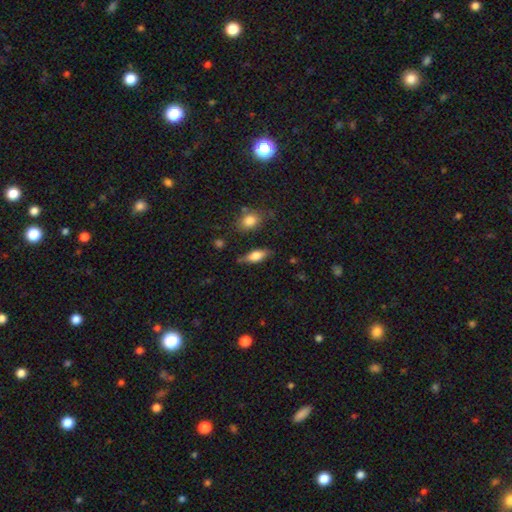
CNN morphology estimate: Overall: smooth (72%). How rounded: in between (75%). Merging: none (74%).